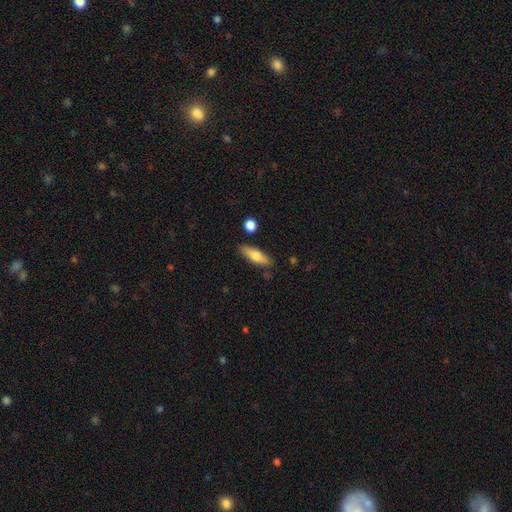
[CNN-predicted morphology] Smooth or featured? Predicted: smooth (p=0.67). How rounded? Predicted: in between (p=0.54). Merging? Predicted: none (p=0.82).